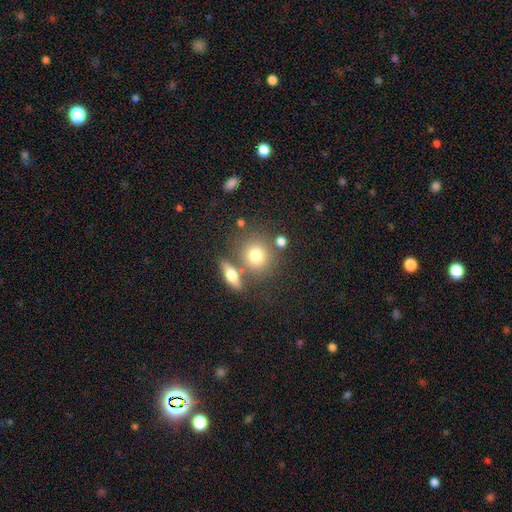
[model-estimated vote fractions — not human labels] This is possibly a smooth galaxy (56%). How rounded: clearly round (81%). Merging: possibly none (58%).